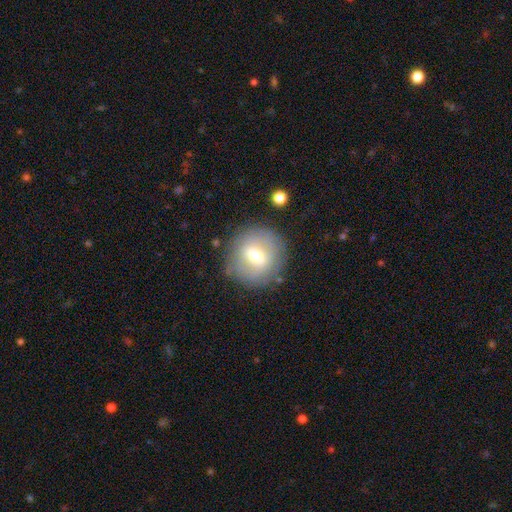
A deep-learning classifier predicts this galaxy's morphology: Smooth or featured? Predicted: smooth (p=0.50). How rounded? Predicted: round (p=0.88). Merging? Predicted: none (p=0.81).